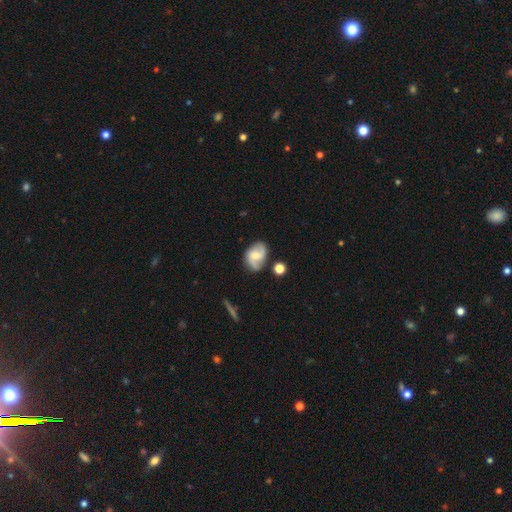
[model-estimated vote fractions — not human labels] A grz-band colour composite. It shows a featured or disk galaxy (64%) with no bar (51%), 2 (84%) loose (42%) spiral arms (91%) and a small central bulge (45%). Merging: none (68%).